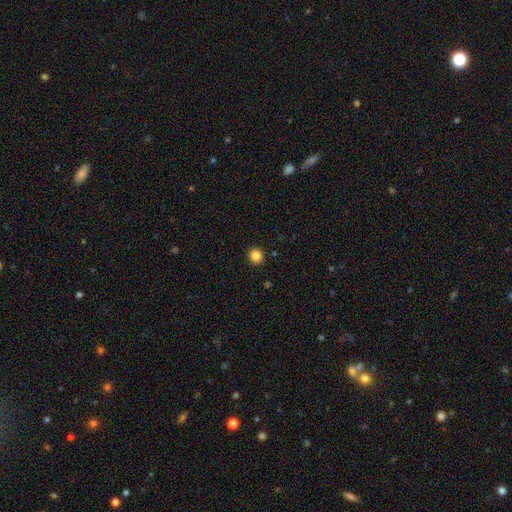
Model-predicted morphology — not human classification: smooth_or_featured: smooth (p=0.85) [alt: star or artifact p=0.11]
how_rounded: round (p=0.93) [alt: in between p=0.06]
merging: none (p=0.92) [alt: minor disturbance p=0.05]